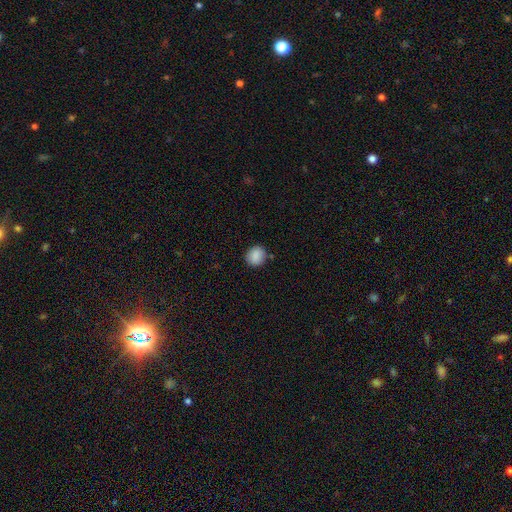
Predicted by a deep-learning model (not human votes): Overall: smooth (88%). How rounded: round (80%). Merging: none (84%).